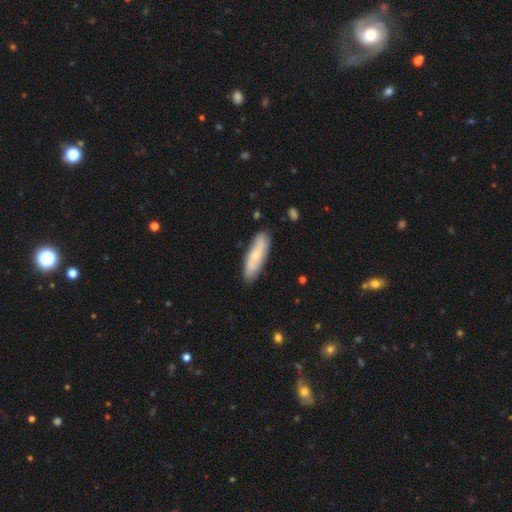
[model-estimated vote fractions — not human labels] smooth-or-featured: smooth: 55% | featured or disk: 39% | star or artifact: 6%
  how-rounded: cigar-shaped: 57% | in between: 41% | round: 2%
  merging: none: 85% | minor disturbance: 12% | major disturbance: 2% | merger: 2%